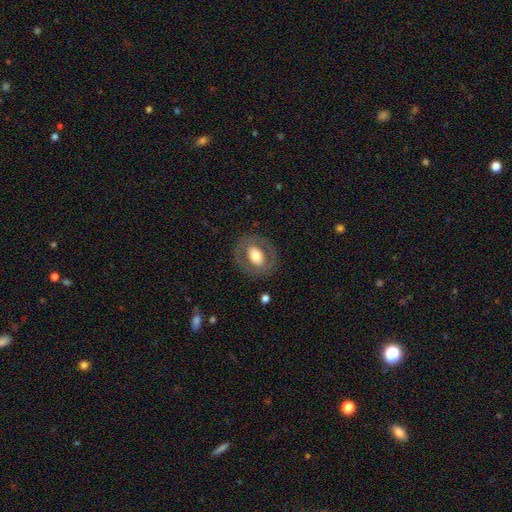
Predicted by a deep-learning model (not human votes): Morphology: type=smooth (52%); roundness=in between (61%); merging=none (80%).